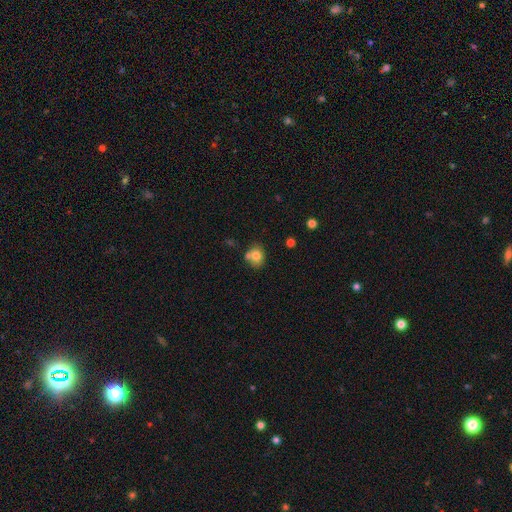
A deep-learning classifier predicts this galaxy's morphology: Q: Smooth or featured?
A: smooth (77%); runner-up: featured or disk (13%)
Q: How rounded?
A: round (61%); runner-up: in between (38%)
Q: Merging?
A: none (60%); runner-up: merger (21%)